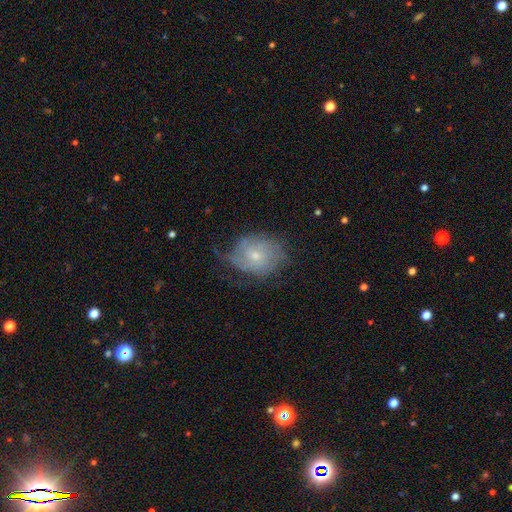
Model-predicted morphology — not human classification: A featured or disk galaxy (61%) with no bar (75%), spiral arms (81%) and a small central bulge (66%).

Vote fractions:
- Smooth or featured? featured or disk: 61% / smooth: 31% / star or artifact: 8%
- Edge-on disk? no: 97% / yes: 3%
- Bar? no: 75% / weak: 23% / strong: 3%
- Spiral arms? yes: 81% / no: 19%
- Bulge size? small: 66% / moderate: 30% / none: 2% / large: 1% / dominant: 1%
- Merging? none: 49% / minor disturbance: 31% / major disturbance: 18% / merger: 1%